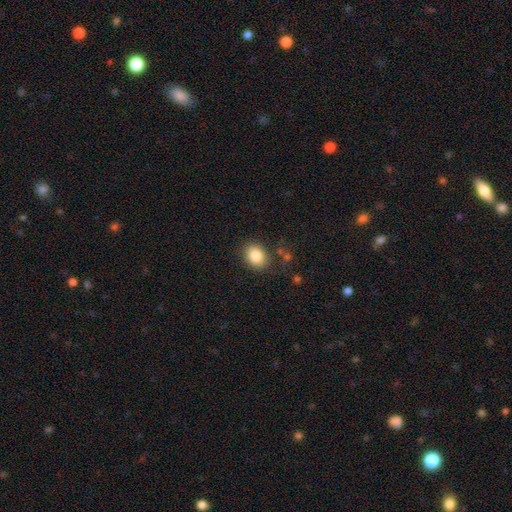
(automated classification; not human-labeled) Smooth or featured? smooth (85%)
How rounded? in between (54%)
Merging? none (82%)